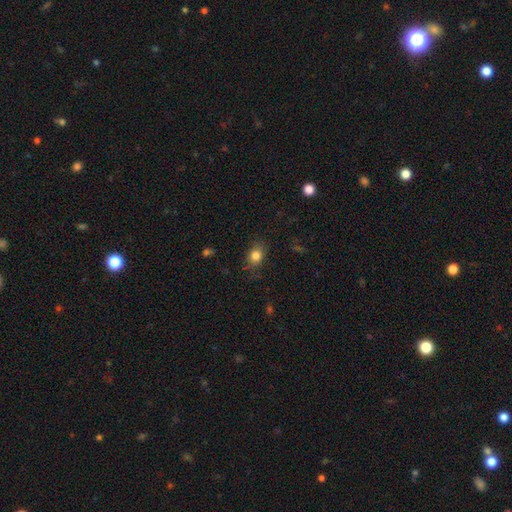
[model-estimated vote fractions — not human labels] Smooth or featured?
  - smooth: 82% *
  - star or artifact: 11%
  - featured or disk: 7%
How rounded?
  - in between: 54% *
  - round: 45%
  - cigar-shaped: 2%
Merging?
  - none: 77% *
  - minor disturbance: 17%
  - major disturbance: 5%
  - merger: 1%